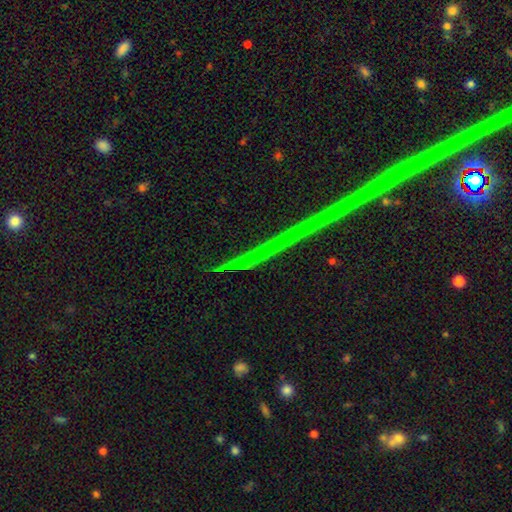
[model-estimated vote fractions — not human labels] smooth_or_featured: star or artifact (p=0.80) [alt: featured or disk p=0.13]